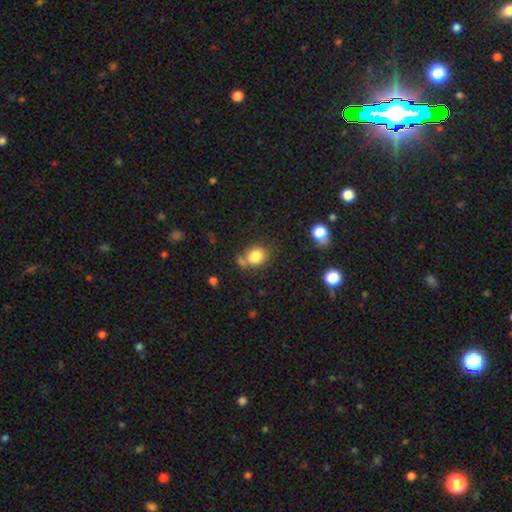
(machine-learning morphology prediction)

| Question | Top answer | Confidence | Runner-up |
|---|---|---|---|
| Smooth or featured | smooth | 82% | star or artifact (11%) |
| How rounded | round | 68% | in between (31%) |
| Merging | none | 60% | minor disturbance (17%) |